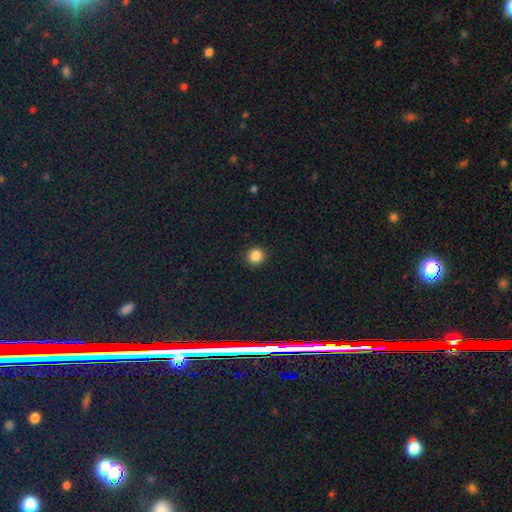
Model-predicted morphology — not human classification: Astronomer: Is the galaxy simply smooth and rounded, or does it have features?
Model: smooth — 87%.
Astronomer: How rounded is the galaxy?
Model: round — 92%.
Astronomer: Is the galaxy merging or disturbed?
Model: none — 92%.